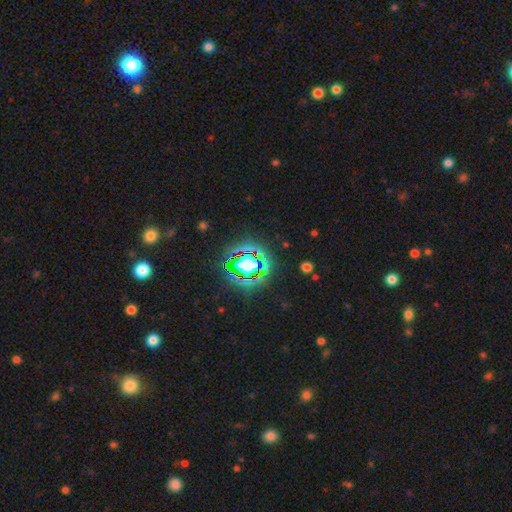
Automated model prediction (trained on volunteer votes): Morphology: type=star or artifact (64%).